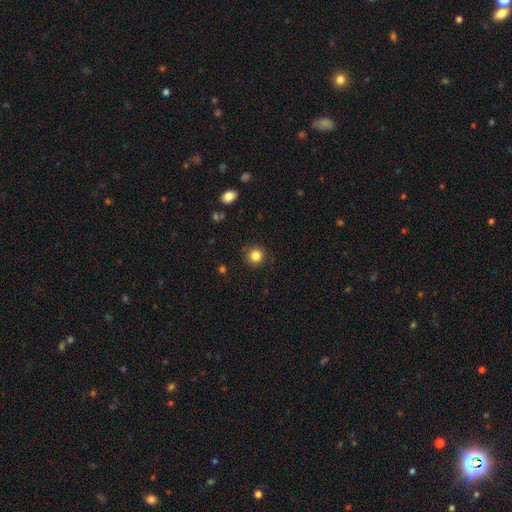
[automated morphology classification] Smooth or featured?
  - smooth: 84% *
  - star or artifact: 11%
  - featured or disk: 5%
How rounded?
  - round: 93% *
  - in between: 6%
  - cigar-shaped: 1%
Merging?
  - none: 90% *
  - minor disturbance: 7%
  - major disturbance: 2%
  - merger: 1%